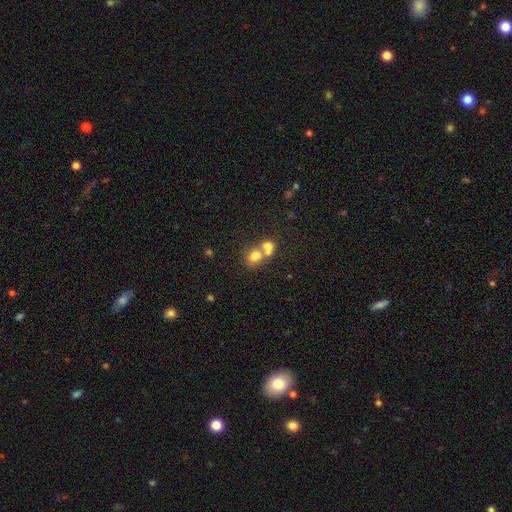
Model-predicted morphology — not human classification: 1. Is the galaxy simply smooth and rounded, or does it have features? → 73% smooth, 15% featured or disk, 12% star or artifact.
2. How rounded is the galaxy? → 53% round, 45% in between, 1% cigar-shaped.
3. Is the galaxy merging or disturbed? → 59% merger, 31% none, 6% minor disturbance, 4% major disturbance.